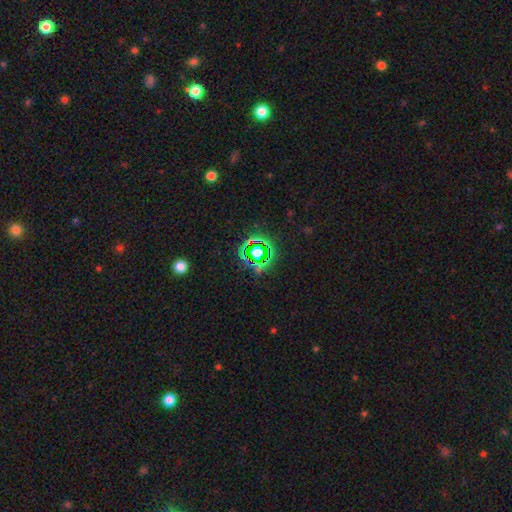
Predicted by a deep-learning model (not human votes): Smooth or featured? star or artifact (72%)